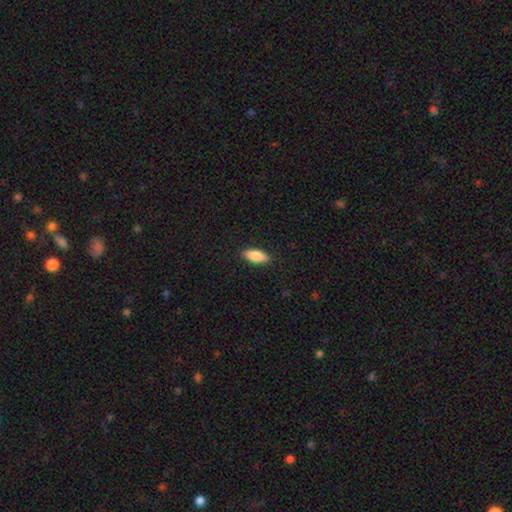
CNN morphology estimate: The model was most divided on "how rounded": in between: 83%, cigar-shaped: 15%, round: 2%. More confident: merging — none (89%); smooth or featured — smooth (86%).